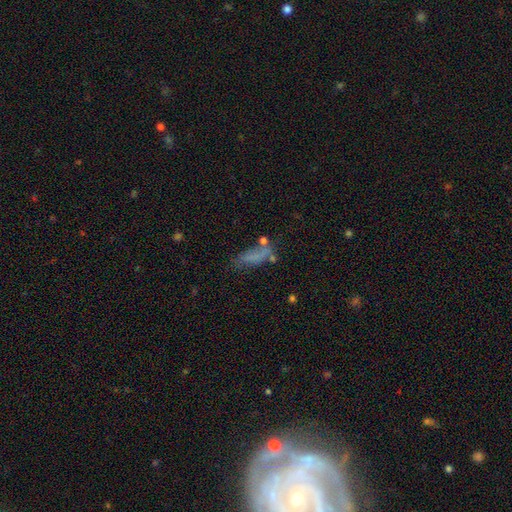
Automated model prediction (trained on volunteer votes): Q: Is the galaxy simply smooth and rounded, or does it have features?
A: smooth — 58%.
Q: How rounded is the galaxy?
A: in between — 56%.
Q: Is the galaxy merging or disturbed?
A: none — 38%.